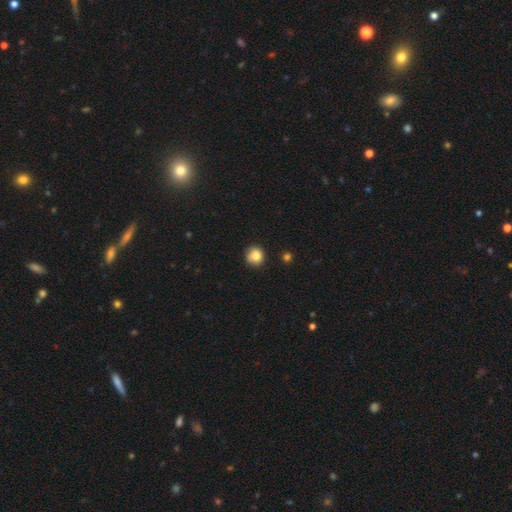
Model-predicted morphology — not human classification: Smooth or featured? smooth (84%)
How rounded? round (90%)
Merging? none (78%)